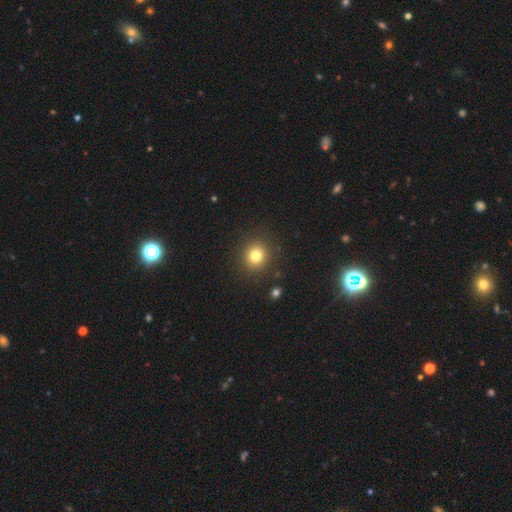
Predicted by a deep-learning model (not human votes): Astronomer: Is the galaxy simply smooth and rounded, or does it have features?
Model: smooth — 79%.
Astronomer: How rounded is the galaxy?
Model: round — 86%.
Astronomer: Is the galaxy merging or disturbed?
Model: none — 89%.